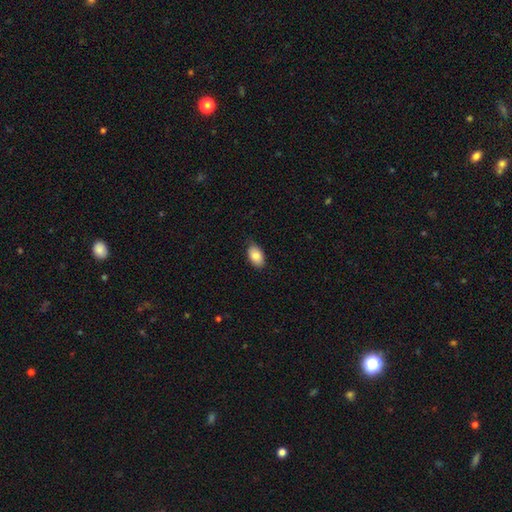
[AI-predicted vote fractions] smooth 86%, featured or disk 7%, star or artifact 7%. Down the decision tree: how rounded — in between (93%); merging — none (81%).